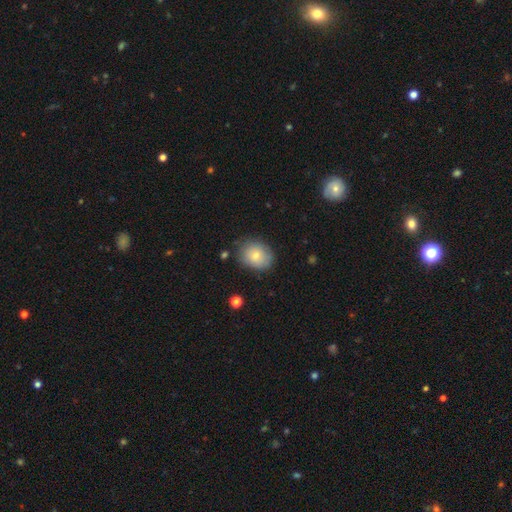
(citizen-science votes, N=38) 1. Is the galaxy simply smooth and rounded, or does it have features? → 76% smooth, 18% featured or disk, 5% star or artifact.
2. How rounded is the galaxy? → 59% round, 38% in between, 3% cigar-shaped.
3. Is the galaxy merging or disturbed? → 75% none, 17% minor disturbance, 8% major disturbance, 0% merger.